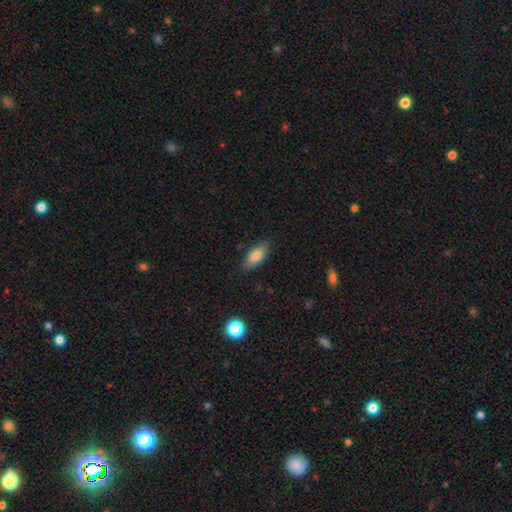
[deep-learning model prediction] Overall: smooth (82%). How rounded: in between (83%). Merging: none (83%).